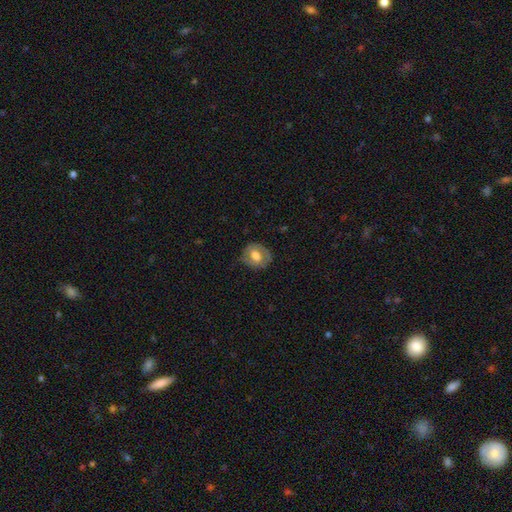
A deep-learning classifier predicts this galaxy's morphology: This appears to be a smooth galaxy with no disk features (55%) that is round (57%). Merging: none (72%).